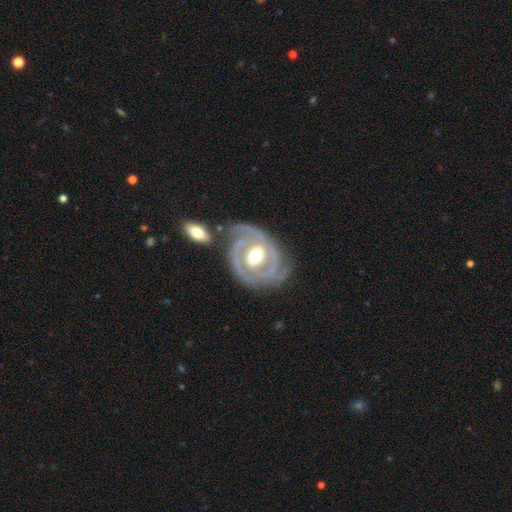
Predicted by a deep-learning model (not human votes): A featured or disk galaxy (89%) with no bar (39%), 2 (63%) tight (65%) spiral arms (93%) and a moderate central bulge (73%).

Vote fractions:
- Smooth or featured? featured or disk: 89% / smooth: 7% / star or artifact: 4%
- Edge-on disk? no: 97% / yes: 3%
- Bar? no: 39% / weak: 38% / strong: 23%
- Spiral arms? yes: 93% / no: 7%
- Spiral winding? tight: 65% / medium: 29% / loose: 7%
- Spiral arm count? 2: 63% / 3: 13% / can't tell: 12% / 1: 6% / 4: 3% / more than 4: 3%
- Bulge size? moderate: 73% / large: 15% / small: 9% / dominant: 1% / none: 1%
- Merging? none: 67% / minor disturbance: 19% / major disturbance: 9% / merger: 6%